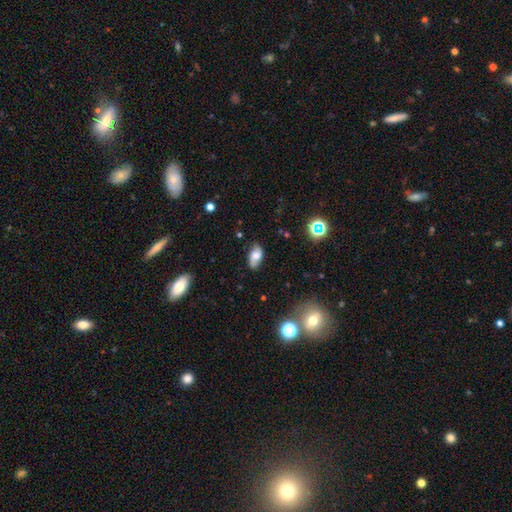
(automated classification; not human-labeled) smooth_or_featured: smooth (p=0.57) [alt: featured or disk p=0.33]
how_rounded: in between (p=0.91) [alt: round p=0.06]
merging: none (p=0.72) [alt: minor disturbance p=0.21]